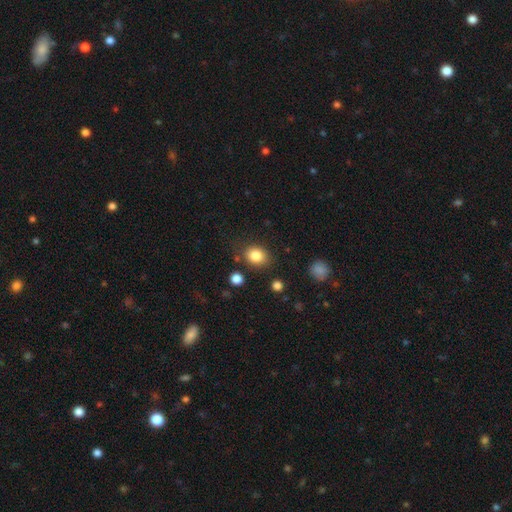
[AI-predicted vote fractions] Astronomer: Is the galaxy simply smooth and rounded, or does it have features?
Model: smooth — 84%.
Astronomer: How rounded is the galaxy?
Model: round — 57% (runner-up: in between, 42%).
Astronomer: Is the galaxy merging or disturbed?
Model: none — 79%.